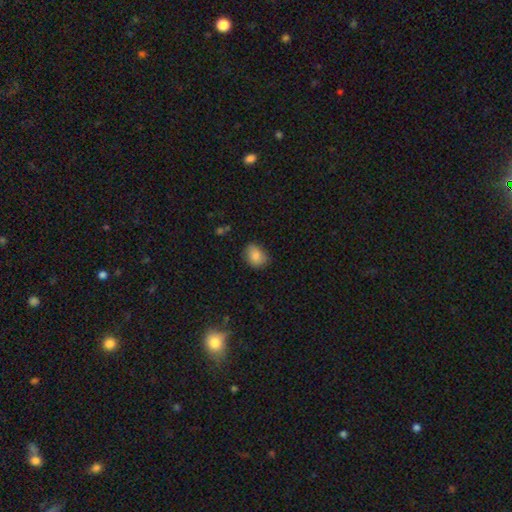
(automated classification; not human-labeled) Smooth or featured: smooth — 85% (star or artifact — 8%)
How rounded: in between — 61% (round — 38%)
Merging: none — 73% (minor disturbance — 21%)